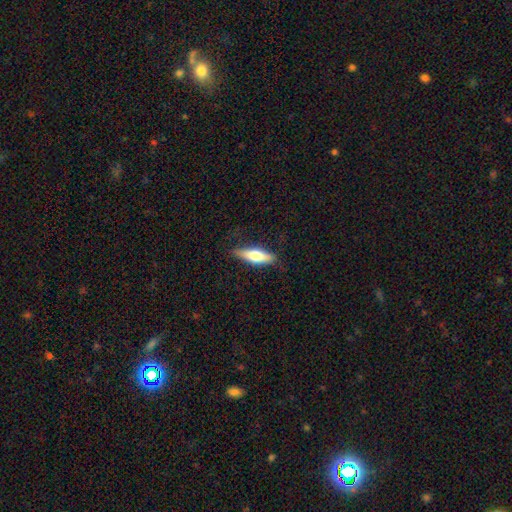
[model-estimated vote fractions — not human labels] Smooth or featured? Predicted: smooth (p=0.61). How rounded? Predicted: cigar-shaped (p=0.58). Merging? Predicted: none (p=0.83).